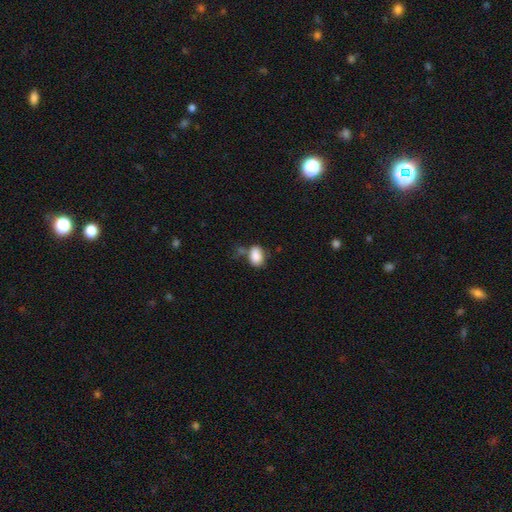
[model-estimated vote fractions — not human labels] A smooth galaxy with no disk features (86%) that is in between round and cigar-shaped (81%). Merging: none (53%).